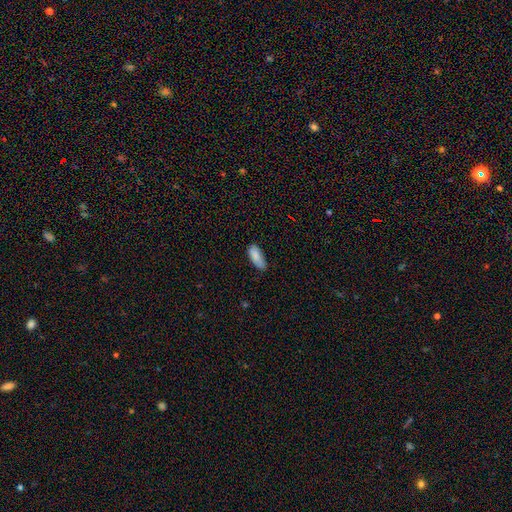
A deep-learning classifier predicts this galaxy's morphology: A smooth galaxy with no disk features (86%) that is in between round and cigar-shaped (79%). Merging: none (64%).